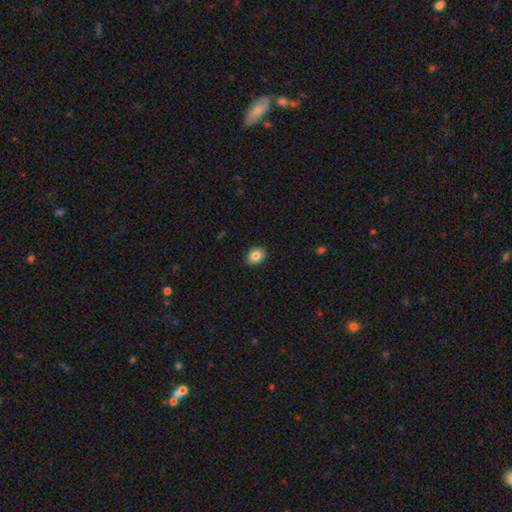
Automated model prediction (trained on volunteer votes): The model was most divided on "how rounded": in between: 66%, round: 33%, cigar-shaped: 1%. More confident: merging — none (89%); smooth or featured — smooth (85%).